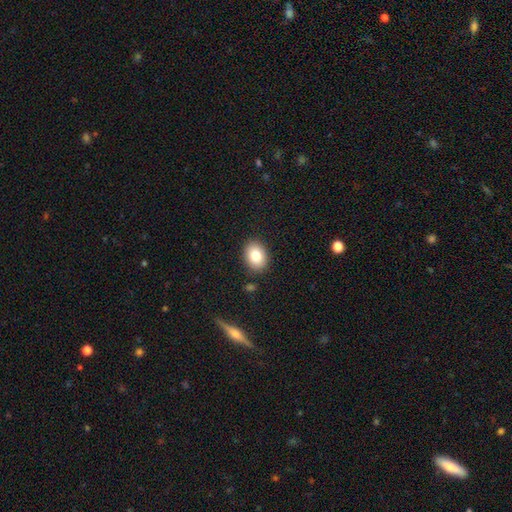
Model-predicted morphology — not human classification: Overall: smooth (81%). How rounded: in between (68%; round 32%). Merging: none (88%).